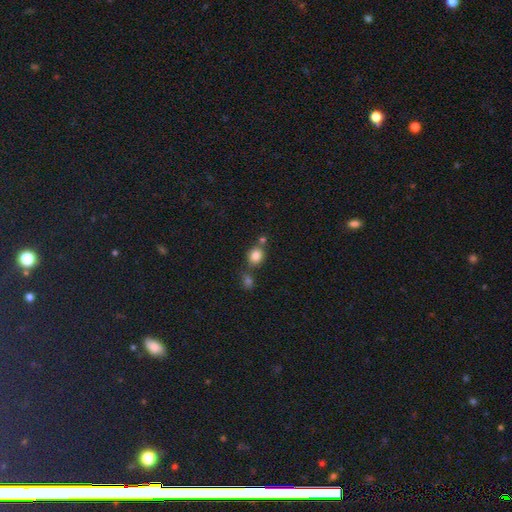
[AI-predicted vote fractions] smooth-or-featured: smooth: 84% | star or artifact: 10% | featured or disk: 6%
  how-rounded: round: 67% | in between: 32% | cigar-shaped: 1%
  merging: none: 61% | merger: 23% | minor disturbance: 12% | major disturbance: 4%